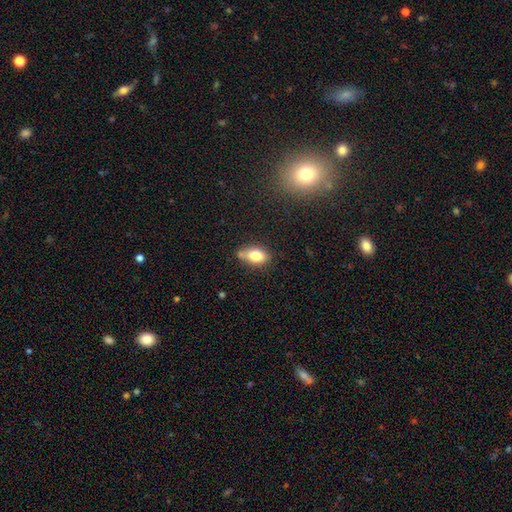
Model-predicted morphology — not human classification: Smooth or featured: smooth — 79% (featured or disk — 13%)
How rounded: in between — 86% (round — 11%)
Merging: none — 61% (minor disturbance — 24%)